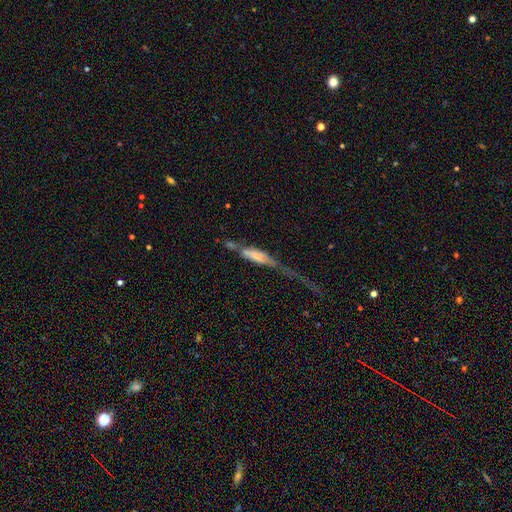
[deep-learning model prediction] Smooth or featured?
  - smooth: 50% *
  - featured or disk: 42%
  - star or artifact: 8%
Merging?
  - major disturbance: 44% *
  - merger: 25%
  - none: 16%
  - minor disturbance: 16%